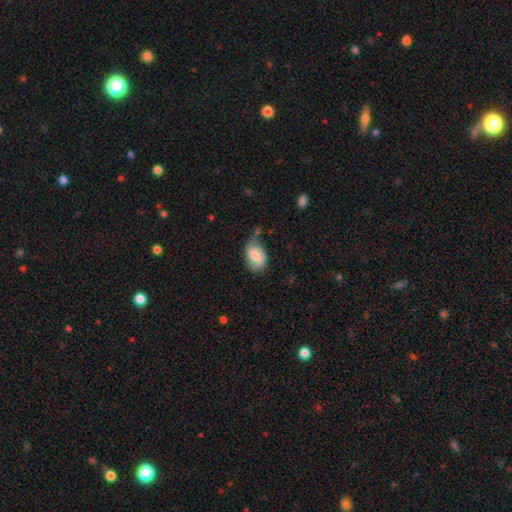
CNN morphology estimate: Smooth or featured? Predicted: smooth (p=0.77). How rounded? Predicted: in between (p=0.88). Merging? Predicted: none (p=0.51).